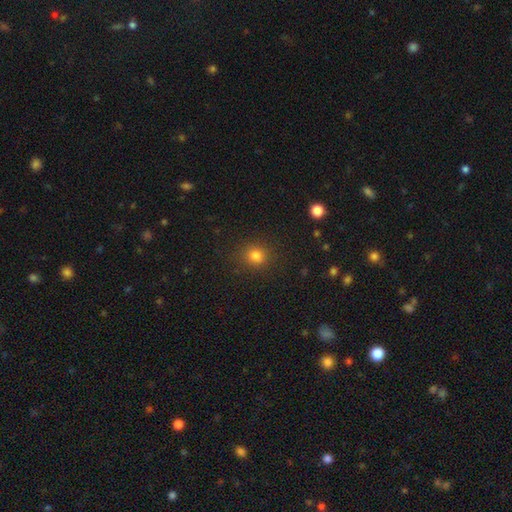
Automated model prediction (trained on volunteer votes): Smooth or featured? smooth (80%)
How rounded? round (80%)
Merging? none (86%)